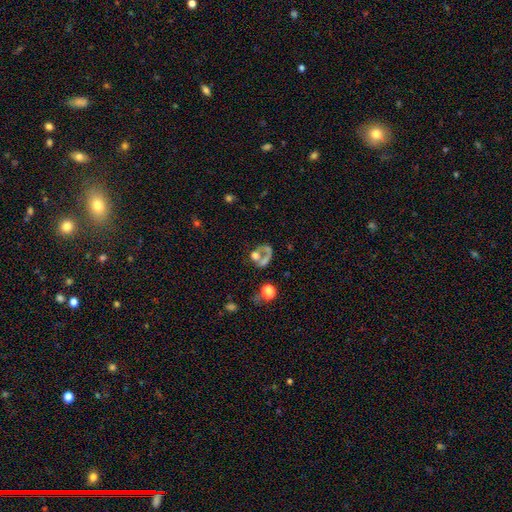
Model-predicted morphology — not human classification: smooth-or-featured: smooth: 41% | featured or disk: 40% | star or artifact: 19%
  merging: merger: 37% | none: 26% | major disturbance: 26% | minor disturbance: 10%